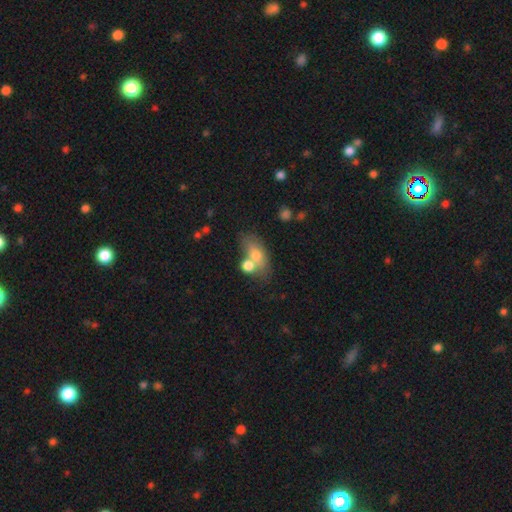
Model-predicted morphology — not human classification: smooth_or_featured: smooth (p=0.67) [alt: featured or disk p=0.23]
how_rounded: in between (p=0.80) [alt: round p=0.13]
merging: merger (p=0.39) [alt: none p=0.38]